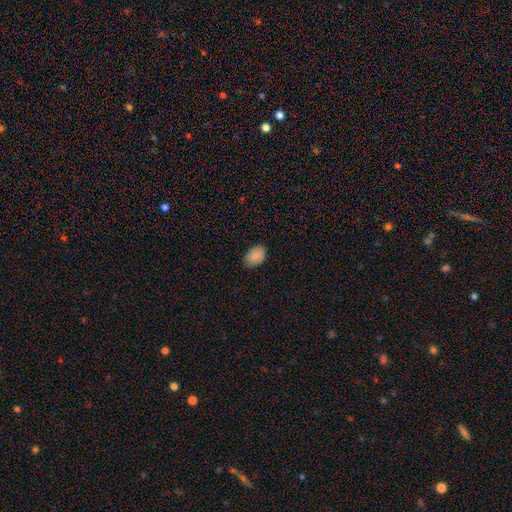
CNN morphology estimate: The model was most divided on "merging": none: 80%, minor disturbance: 16%, major disturbance: 2%, merger: 1%. More confident: smooth or featured — smooth (88%); how rounded — in between (85%).